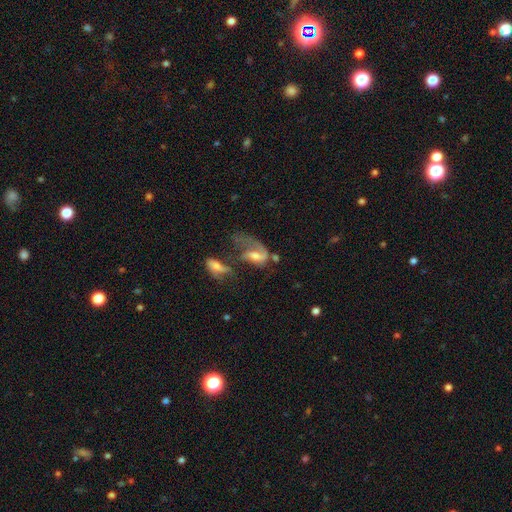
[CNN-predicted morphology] smooth_or_featured: featured or disk (p=0.65) [alt: smooth p=0.27]
disk_edge_on: no (p=0.94) [alt: yes p=0.06]
bar: no (p=0.48) [alt: weak p=0.38]
has_spiral_arms: yes (p=0.73) [alt: no p=0.27]
bulge_size: moderate (p=0.48) [alt: small p=0.26]
merging: major disturbance (p=0.38) [alt: merger p=0.37]